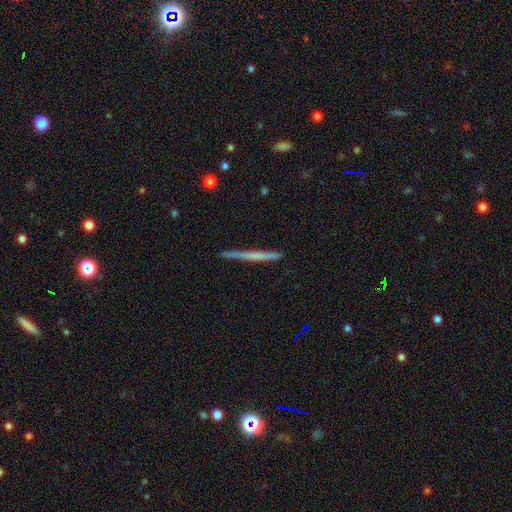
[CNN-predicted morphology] A smooth galaxy with no disk features (50%). Merging: none (89%).